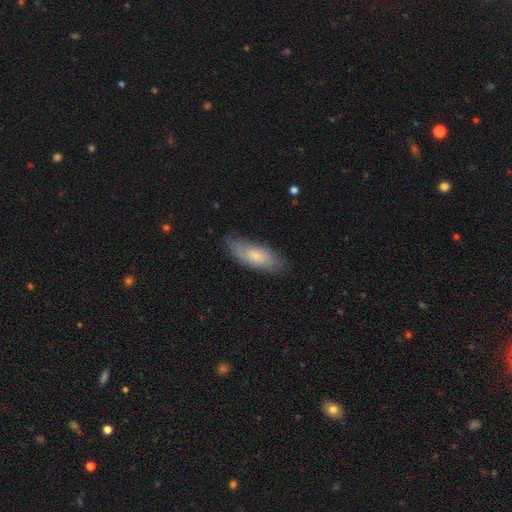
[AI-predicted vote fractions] Smooth or featured: smooth — 66% (featured or disk — 28%)
How rounded: in between — 74% (cigar-shaped — 24%)
Merging: none — 76% (minor disturbance — 19%)